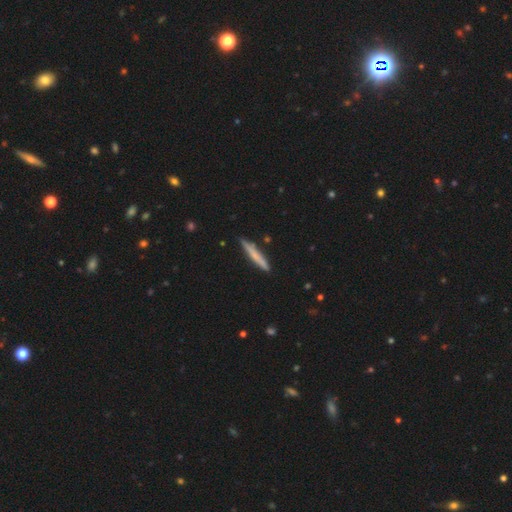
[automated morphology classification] Q: Smooth or featured?
A: smooth (66%); runner-up: featured or disk (28%)
Q: How rounded?
A: cigar-shaped (95%); runner-up: in between (3%)
Q: Merging?
A: none (87%); runner-up: minor disturbance (10%)